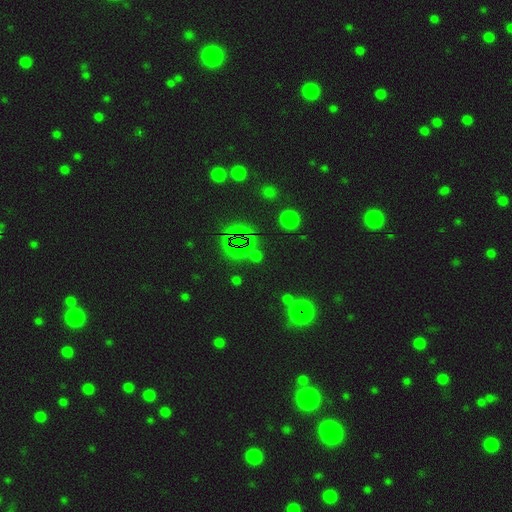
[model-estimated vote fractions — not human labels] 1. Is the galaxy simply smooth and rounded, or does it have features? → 63% star or artifact, 29% smooth, 8% featured or disk.